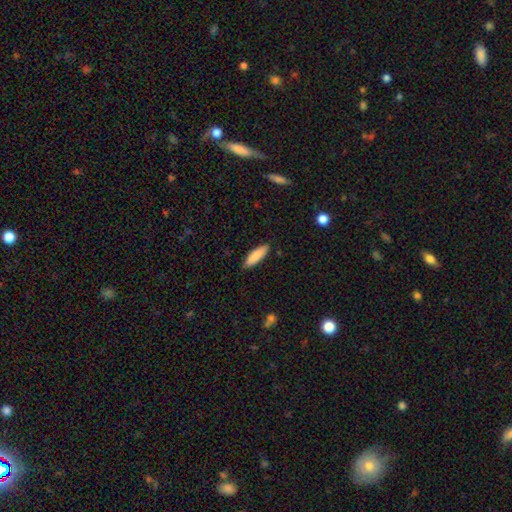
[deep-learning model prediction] smooth_or_featured: smooth (p=0.85) [alt: featured or disk p=0.10]
how_rounded: cigar-shaped (p=0.58) [alt: in between p=0.41]
merging: none (p=0.87) [alt: minor disturbance p=0.10]